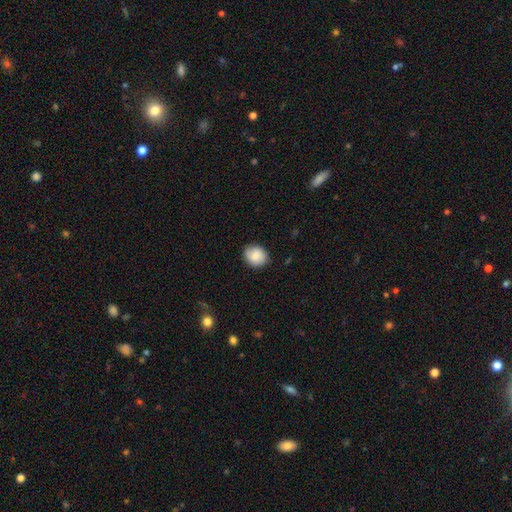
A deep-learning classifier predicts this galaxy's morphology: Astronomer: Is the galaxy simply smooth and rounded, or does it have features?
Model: smooth — 83%.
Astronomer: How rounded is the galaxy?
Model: round — 74%.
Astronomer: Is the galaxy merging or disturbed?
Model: none — 86%.